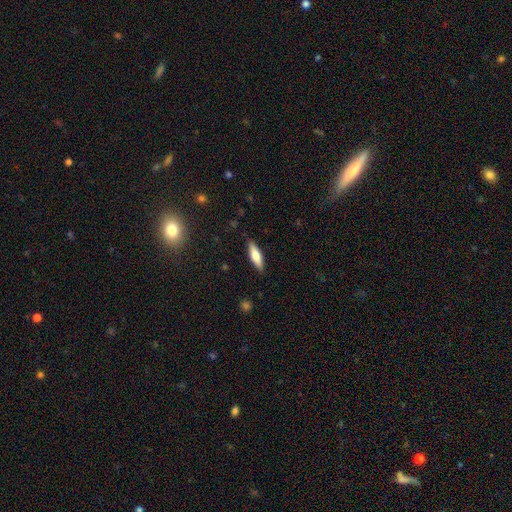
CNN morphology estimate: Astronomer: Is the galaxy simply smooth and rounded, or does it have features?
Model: smooth — 66%.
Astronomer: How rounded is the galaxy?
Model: cigar-shaped — 55% (runner-up: in between, 44%).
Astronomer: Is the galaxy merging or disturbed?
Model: none — 88%.